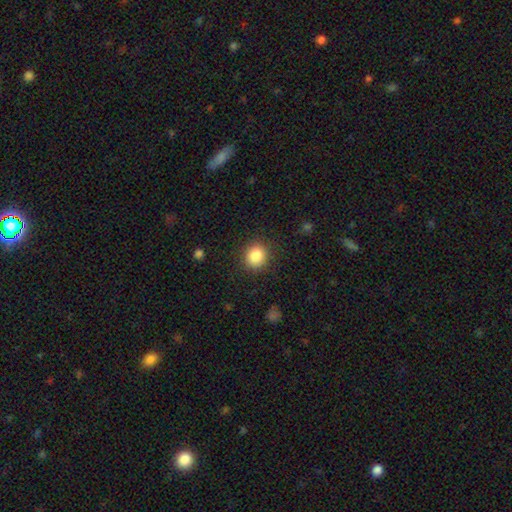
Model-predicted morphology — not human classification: Smooth or featured? Predicted: smooth (p=0.86). How rounded? Predicted: round (p=0.80). Merging? Predicted: none (p=0.88).